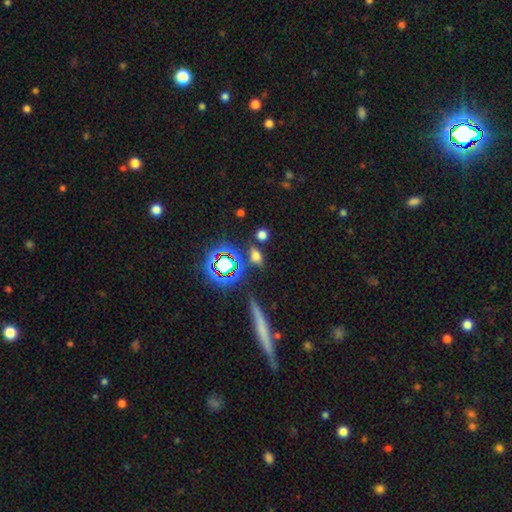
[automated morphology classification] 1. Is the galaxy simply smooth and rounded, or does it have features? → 65% smooth, 25% star or artifact, 10% featured or disk.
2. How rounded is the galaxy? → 68% in between, 22% round, 9% cigar-shaped.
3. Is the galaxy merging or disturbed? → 75% none, 11% minor disturbance, 9% merger, 5% major disturbance.